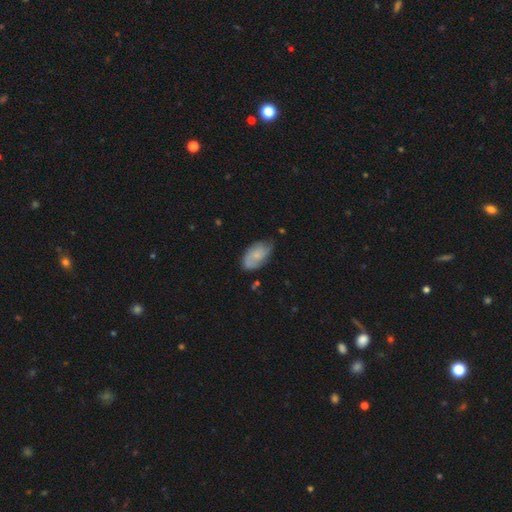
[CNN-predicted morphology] This is possibly a smooth galaxy (51%). How rounded: clearly in between (92%). Merging: possibly none (59%).